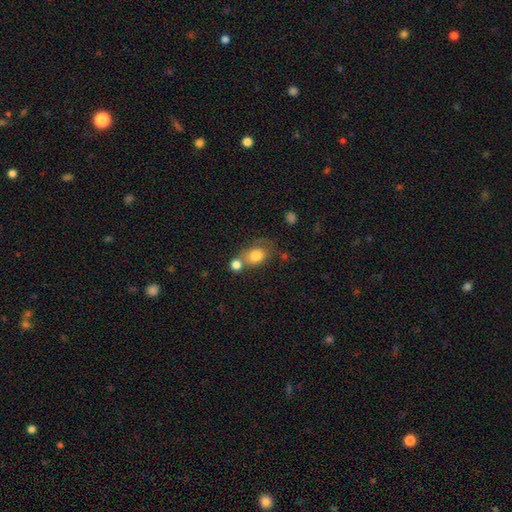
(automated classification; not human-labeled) Smooth or featured: smooth — 77% (featured or disk — 14%)
How rounded: in between — 63% (round — 35%)
Merging: none — 40% (merger — 38%)